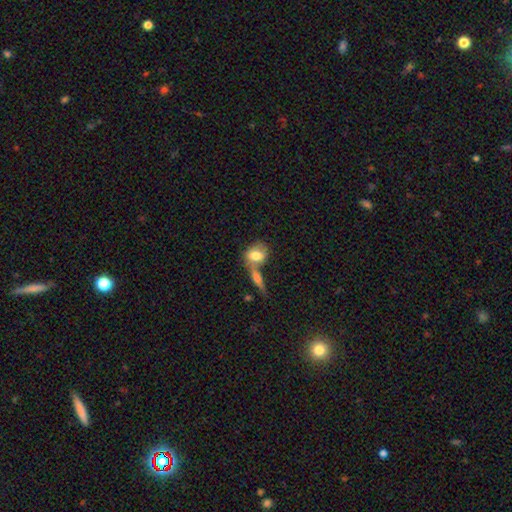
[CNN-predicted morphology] Smooth or featured?
  - smooth: 75% *
  - featured or disk: 18%
  - star or artifact: 7%
How rounded?
  - in between: 59% *
  - round: 37%
  - cigar-shaped: 4%
Merging?
  - merger: 43% *
  - none: 38%
  - minor disturbance: 12%
  - major disturbance: 7%